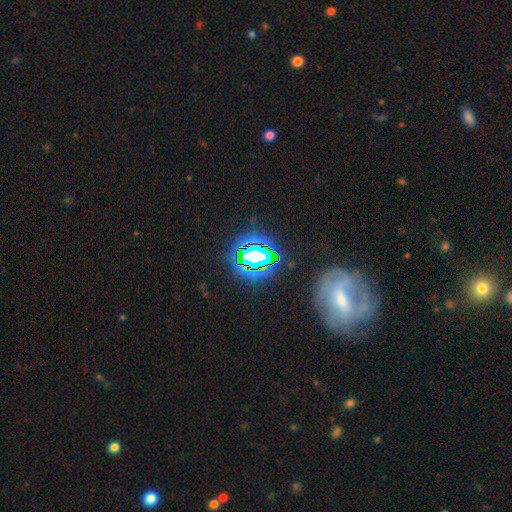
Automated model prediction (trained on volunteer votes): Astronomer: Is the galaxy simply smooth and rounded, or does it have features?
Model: star or artifact — 67%.